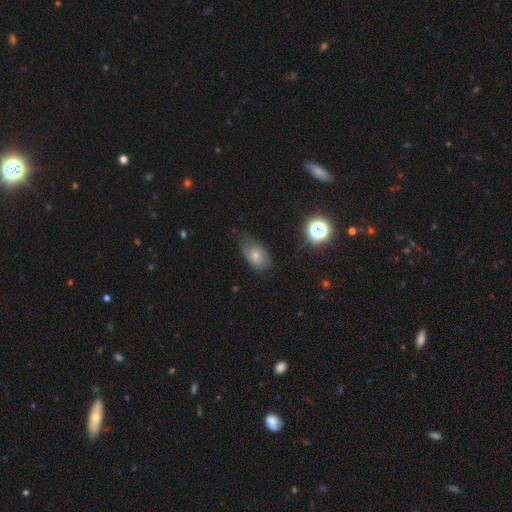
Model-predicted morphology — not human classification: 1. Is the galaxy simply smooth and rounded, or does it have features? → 58% smooth, 29% featured or disk, 13% star or artifact.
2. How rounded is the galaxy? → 86% in between, 13% round, 2% cigar-shaped.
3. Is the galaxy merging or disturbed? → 45% none, 37% minor disturbance, 16% major disturbance, 2% merger.